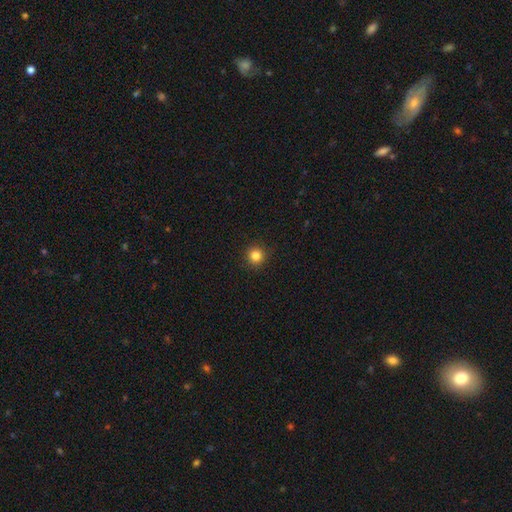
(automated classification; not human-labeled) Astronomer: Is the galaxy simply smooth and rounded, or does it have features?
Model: smooth — 84%.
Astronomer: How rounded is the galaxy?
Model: round — 95%.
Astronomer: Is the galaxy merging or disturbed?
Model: none — 92%.